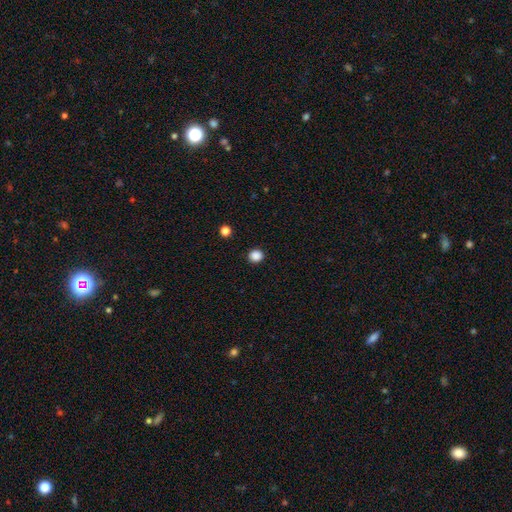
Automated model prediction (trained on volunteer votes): A smooth galaxy with no disk features (87%) that is round (87%). Merging: none (91%).